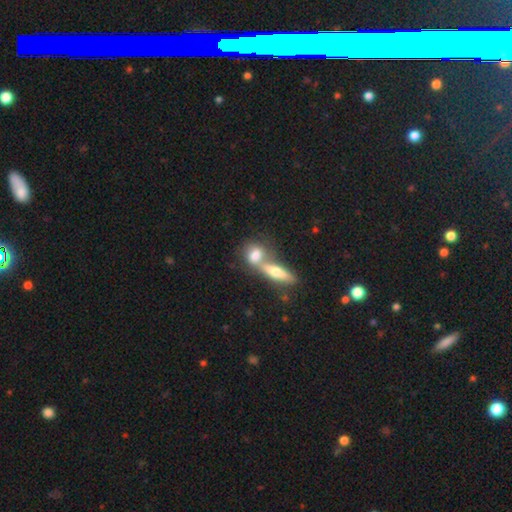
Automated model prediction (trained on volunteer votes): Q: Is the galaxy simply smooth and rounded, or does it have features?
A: smooth — 69%.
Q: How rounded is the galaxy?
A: in between — 54%.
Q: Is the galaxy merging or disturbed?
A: merger — 55%.